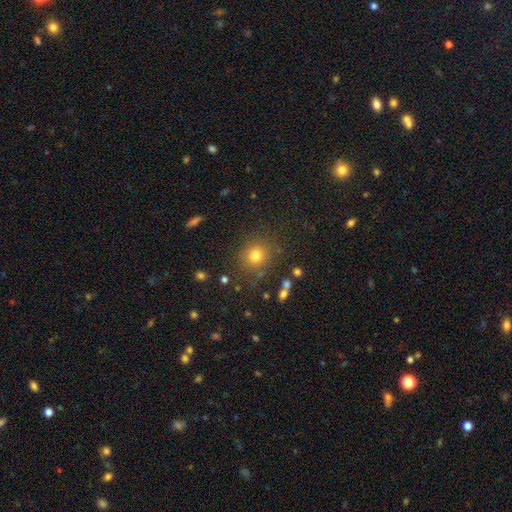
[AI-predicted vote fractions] smooth 76%, star or artifact 16%, featured or disk 8%. Down the decision tree: how rounded — round (84%); merging — none (81%).